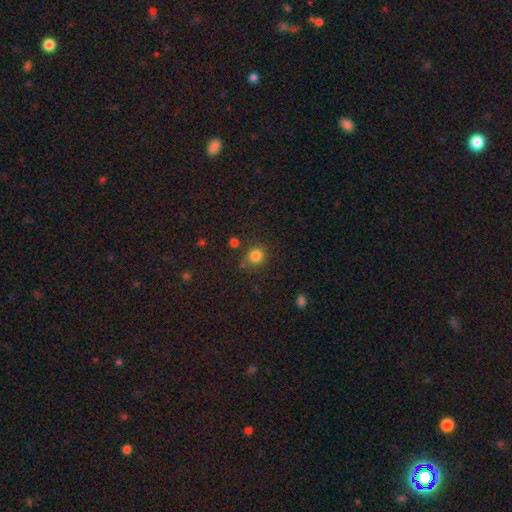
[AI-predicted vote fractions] Q: Smooth or featured?
A: smooth (83%); runner-up: star or artifact (12%)
Q: How rounded?
A: round (81%); runner-up: in between (18%)
Q: Merging?
A: none (72%); runner-up: minor disturbance (17%)